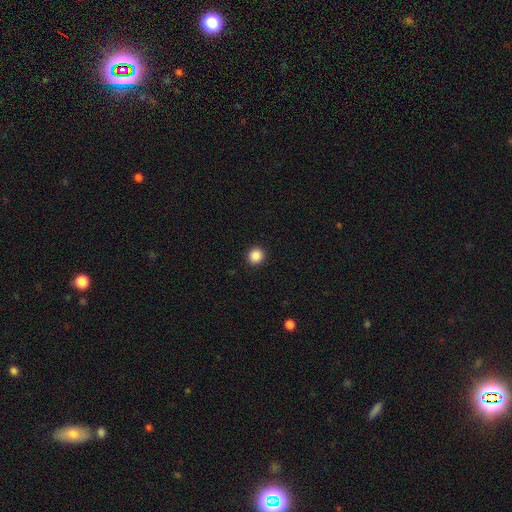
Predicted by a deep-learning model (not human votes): Smooth or featured: smooth — 88% (star or artifact — 10%)
How rounded: round — 95% (in between — 4%)
Merging: none — 93% (minor disturbance — 4%)